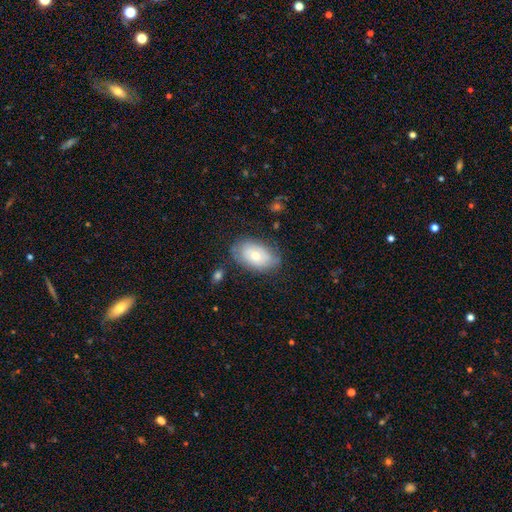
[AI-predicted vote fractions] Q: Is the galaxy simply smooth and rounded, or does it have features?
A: smooth — 61%.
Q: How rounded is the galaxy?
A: in between — 91%.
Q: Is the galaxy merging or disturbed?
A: none — 69%.